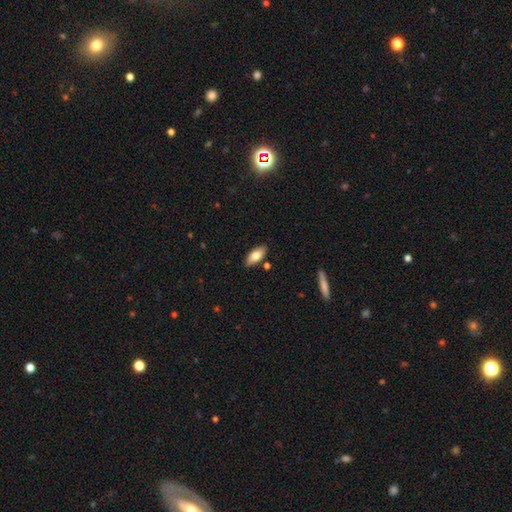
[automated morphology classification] A smooth galaxy with no disk features (75%) that is in between round and cigar-shaped (85%).

Vote fractions:
- Smooth or featured? smooth: 75% / featured or disk: 19% / star or artifact: 6%
- How rounded? in between: 85% / cigar-shaped: 13% / round: 2%
- Merging? none: 85% / minor disturbance: 10% / merger: 3% / major disturbance: 2%